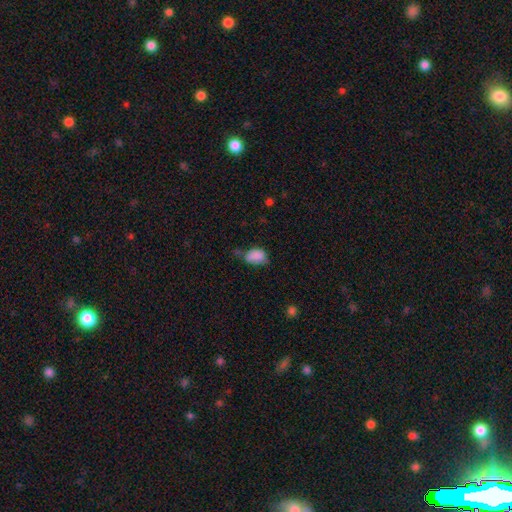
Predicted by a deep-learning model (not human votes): smooth-or-featured: smooth: 84% | star or artifact: 10% | featured or disk: 7%
  how-rounded: in between: 81% | round: 17% | cigar-shaped: 1%
  merging: minor disturbance: 40% | none: 38% | major disturbance: 14% | merger: 8%